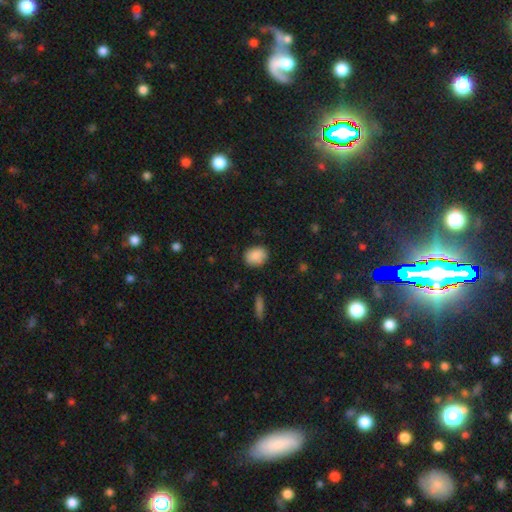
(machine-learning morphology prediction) The model was most divided on "how rounded": in between: 54%, round: 45%, cigar-shaped: 1%. More confident: smooth or featured — smooth (87%); merging — none (84%).